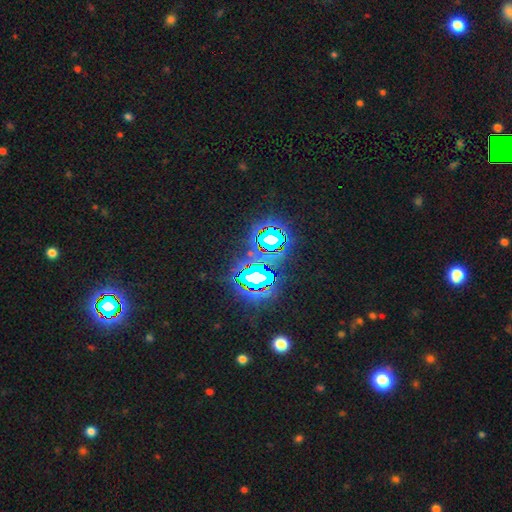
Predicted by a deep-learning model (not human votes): Smooth or featured? Predicted: star or artifact (p=0.83).